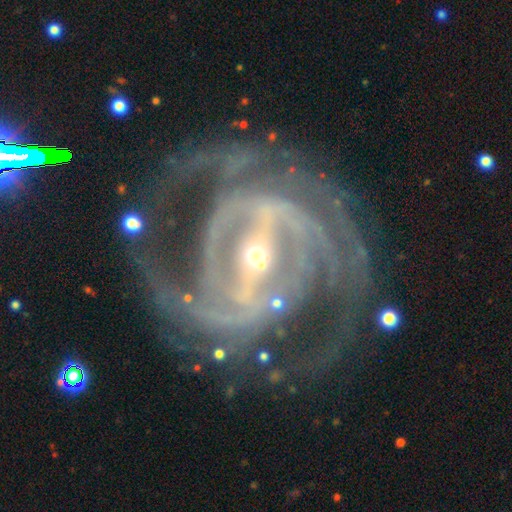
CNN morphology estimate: Q: Smooth or featured?
A: featured or disk (92%); runner-up: star or artifact (5%)
Q: Edge-on disk?
A: no (96%); runner-up: yes (4%)
Q: Bar?
A: strong (77%); runner-up: weak (18%)
Q: Spiral arms?
A: yes (97%); runner-up: no (3%)
Q: Spiral winding?
A: tight (53%); runner-up: medium (38%)
Q: Spiral arm count?
A: 2 (37%); runner-up: can't tell (18%)
Q: Bulge size?
A: small (64%); runner-up: moderate (31%)
Q: Merging?
A: none (65%); runner-up: major disturbance (17%)